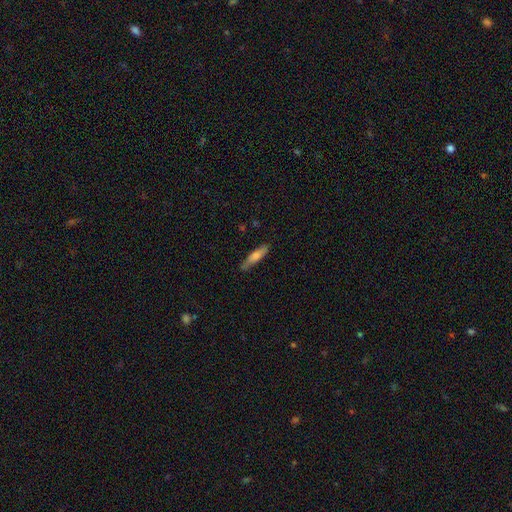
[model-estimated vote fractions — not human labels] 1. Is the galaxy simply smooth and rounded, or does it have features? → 69% smooth, 25% featured or disk, 6% star or artifact.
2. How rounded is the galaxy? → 82% cigar-shaped, 16% in between, 2% round.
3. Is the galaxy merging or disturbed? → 82% none, 14% minor disturbance, 3% major disturbance, 2% merger.